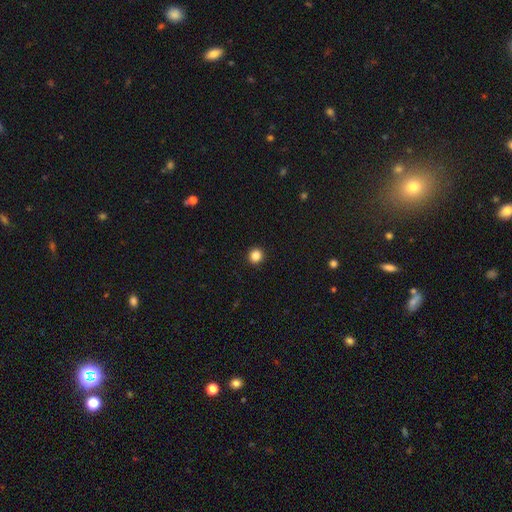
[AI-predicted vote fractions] Smooth or featured? Predicted: smooth (p=0.85). How rounded? Predicted: round (p=0.93). Merging? Predicted: none (p=0.93).